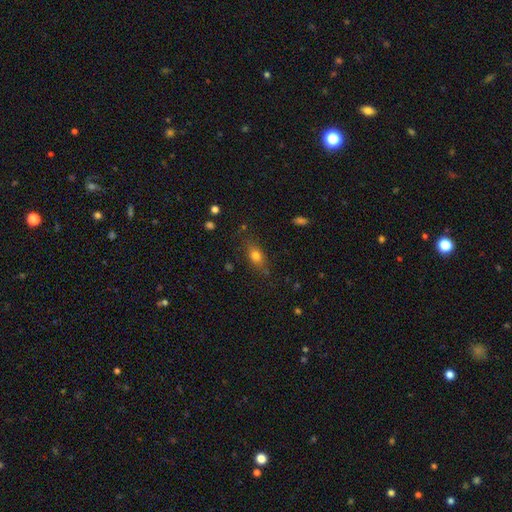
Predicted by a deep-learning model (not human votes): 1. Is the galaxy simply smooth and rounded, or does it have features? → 77% smooth, 12% featured or disk, 11% star or artifact.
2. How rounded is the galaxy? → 74% in between, 18% round, 8% cigar-shaped.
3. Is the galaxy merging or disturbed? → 75% none, 17% minor disturbance, 5% major disturbance, 3% merger.